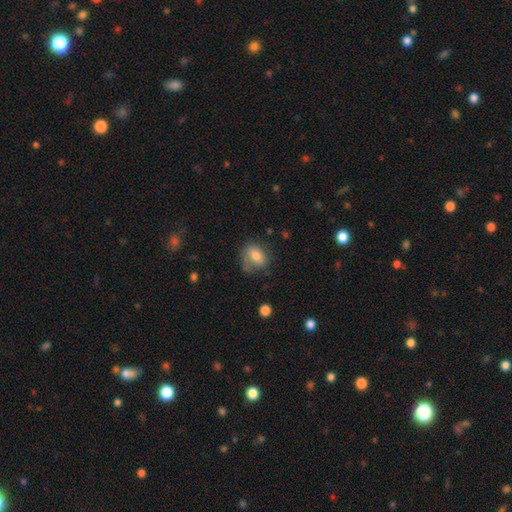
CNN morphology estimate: smooth 74%, featured or disk 18%, star or artifact 9%. Down the decision tree: how rounded — in between (62%); merging — none (59%).